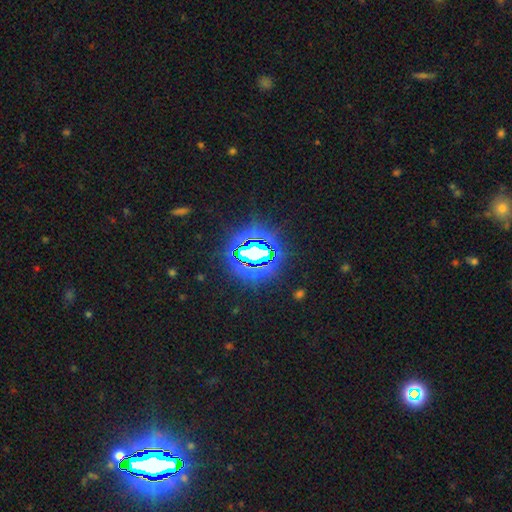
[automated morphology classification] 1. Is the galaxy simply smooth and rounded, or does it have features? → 77% star or artifact, 13% smooth, 10% featured or disk.